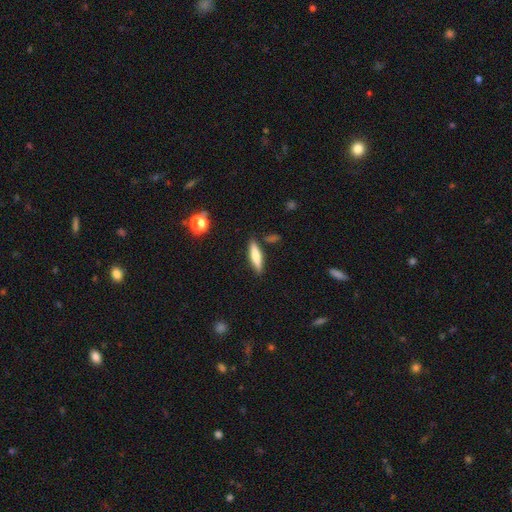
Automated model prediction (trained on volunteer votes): This appears to be a smooth galaxy with no disk features (69%) that is cigar-shaped (76%). Merging: none (84%).